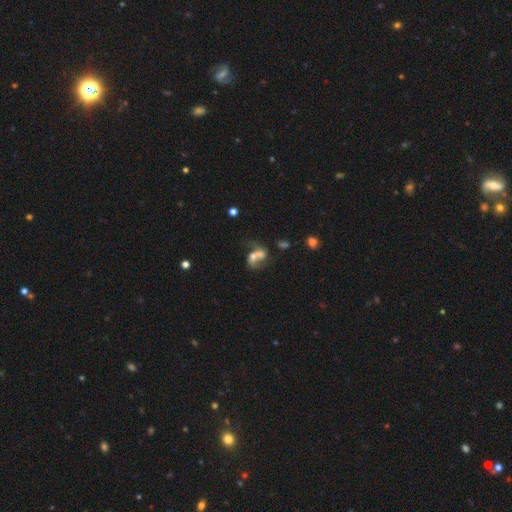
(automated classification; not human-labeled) smooth_or_featured: smooth (p=0.47) [alt: featured or disk p=0.39]
merging: merger (p=0.67) [alt: none p=0.15]